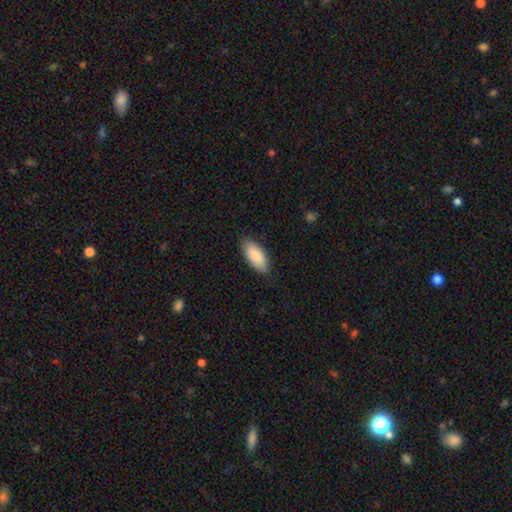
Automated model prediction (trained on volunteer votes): smooth 89%, star or artifact 6%, featured or disk 5%. Down the decision tree: how rounded — in between (87%); merging — none (85%).